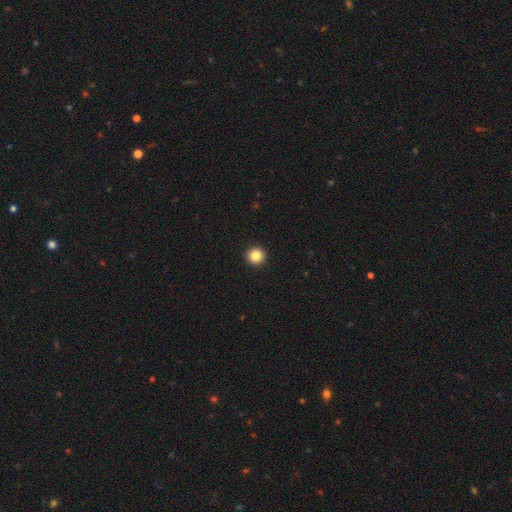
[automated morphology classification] Overall: smooth (85%). How rounded: round (96%). Merging: none (94%).